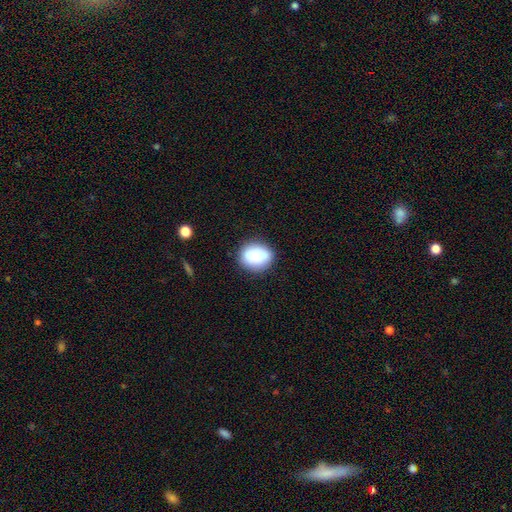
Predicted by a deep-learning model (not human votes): A smooth galaxy with no disk features (86%) that is in between round and cigar-shaped (52%).

Vote fractions:
- Smooth or featured? smooth: 86% / star or artifact: 8% / featured or disk: 6%
- How rounded? in between: 52% / round: 46% / cigar-shaped: 1%
- Merging? none: 82% / minor disturbance: 13% / major disturbance: 4% / merger: 2%